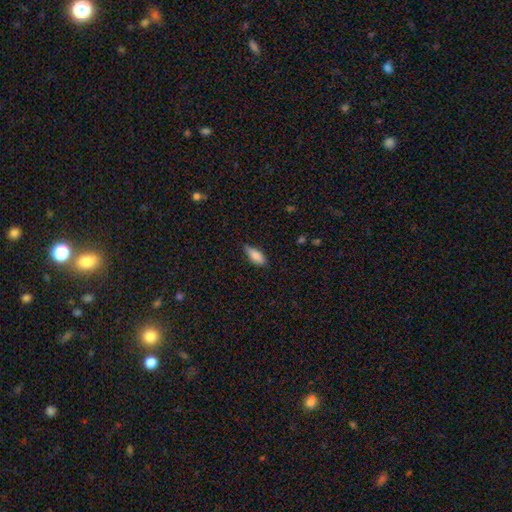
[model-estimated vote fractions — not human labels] A smooth galaxy with no disk features (82%) that is in between round and cigar-shaped (68%).

Vote fractions:
- Smooth or featured? smooth: 82% / featured or disk: 11% / star or artifact: 7%
- How rounded? in between: 68% / cigar-shaped: 30% / round: 2%
- Merging? none: 71% / minor disturbance: 24% / major disturbance: 4% / merger: 1%